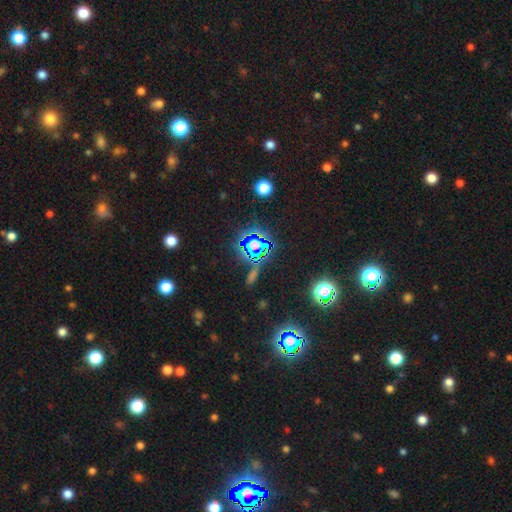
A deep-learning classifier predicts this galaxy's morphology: This is likely a star or artifact rather than a galaxy (79%).